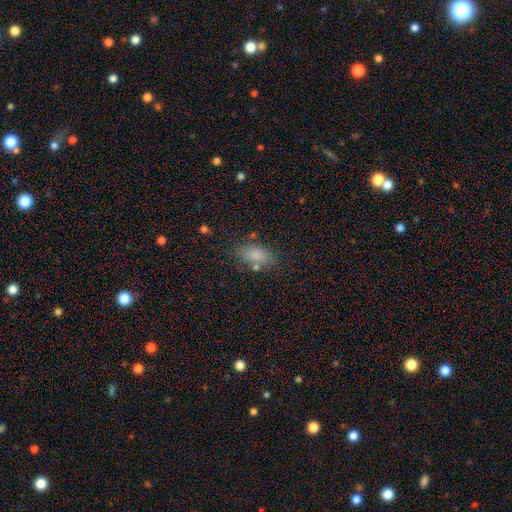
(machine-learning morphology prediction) smooth_or_featured: smooth (p=0.81) [alt: star or artifact p=0.11]
how_rounded: in between (p=0.88) [alt: cigar-shaped p=0.07]
merging: none (p=0.73) [alt: minor disturbance p=0.15]